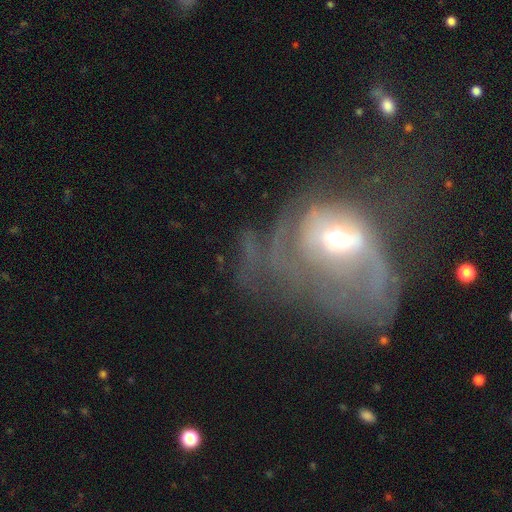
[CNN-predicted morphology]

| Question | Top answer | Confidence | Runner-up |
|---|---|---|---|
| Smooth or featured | featured or disk | 58% | smooth (25%) |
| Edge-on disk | no | 92% | yes (8%) |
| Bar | no | 59% | weak (26%) |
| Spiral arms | no | 55% | yes (45%) |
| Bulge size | moderate | 65% | small (19%) |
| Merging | major disturbance | 48% | none (27%) |